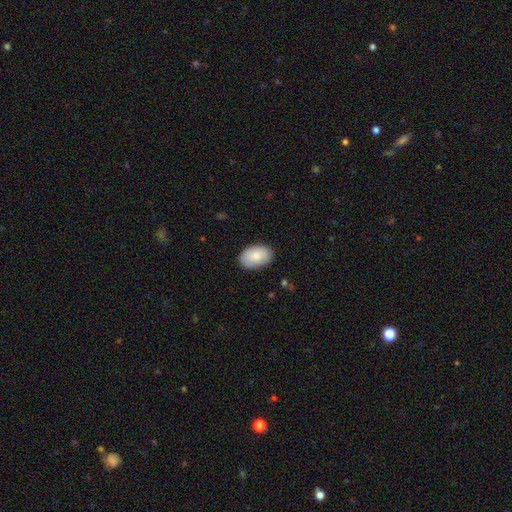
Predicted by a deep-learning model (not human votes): Smooth or featured: smooth — 84% (featured or disk — 10%)
How rounded: in between — 92% (round — 7%)
Merging: none — 84% (minor disturbance — 13%)